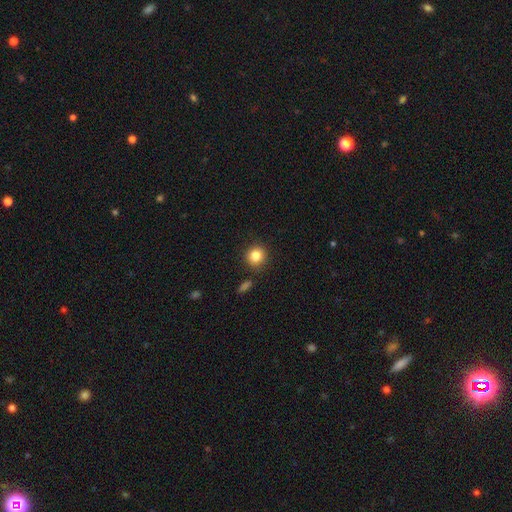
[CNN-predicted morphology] Q: Smooth or featured?
A: smooth (84%); runner-up: star or artifact (10%)
Q: How rounded?
A: round (90%); runner-up: in between (9%)
Q: Merging?
A: none (86%); runner-up: minor disturbance (8%)